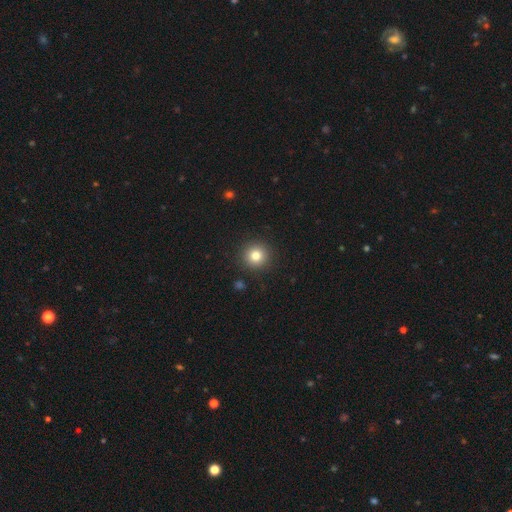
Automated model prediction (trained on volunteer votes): This appears to be a smooth galaxy with no disk features (80%) that is round (94%). Merging: none (91%).